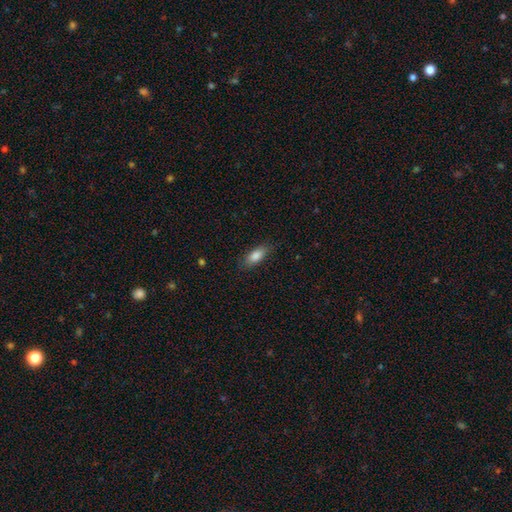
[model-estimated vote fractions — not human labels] smooth 84%, featured or disk 9%, star or artifact 7%. Down the decision tree: how rounded — in between (82%); merging — none (83%).